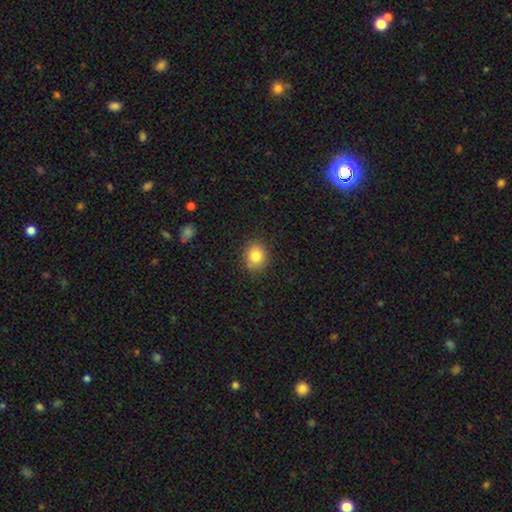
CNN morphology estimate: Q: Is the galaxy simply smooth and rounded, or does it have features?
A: smooth — 83%.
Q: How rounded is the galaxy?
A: round — 69%.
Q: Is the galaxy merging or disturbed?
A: none — 86%.